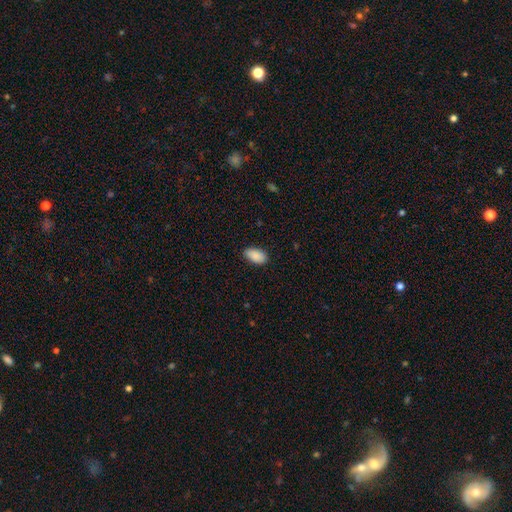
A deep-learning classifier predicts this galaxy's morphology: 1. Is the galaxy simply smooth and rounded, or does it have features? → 90% smooth, 7% star or artifact, 4% featured or disk.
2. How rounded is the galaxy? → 94% in between, 4% round, 2% cigar-shaped.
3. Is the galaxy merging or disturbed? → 83% none, 14% minor disturbance, 2% major disturbance, 1% merger.